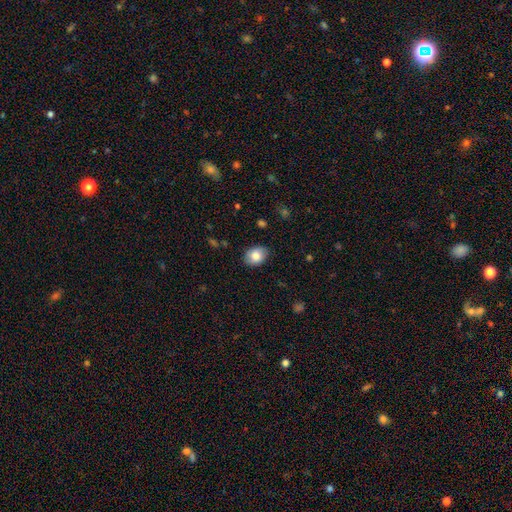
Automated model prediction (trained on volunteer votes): This is clearly a smooth galaxy (83%). How rounded: likely in between (74%). Merging: clearly none (85%).